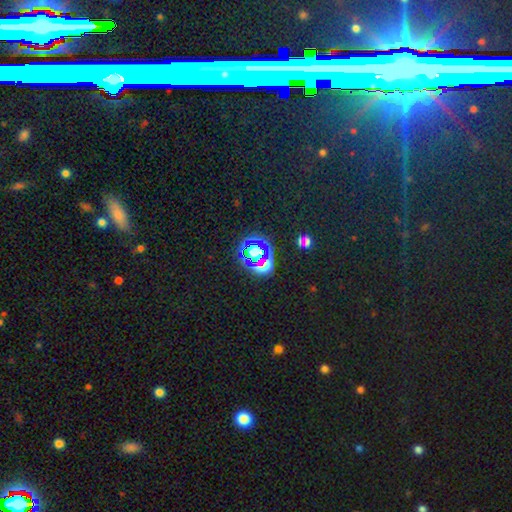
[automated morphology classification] star or artifact 64%, smooth 24%, featured or disk 12%.